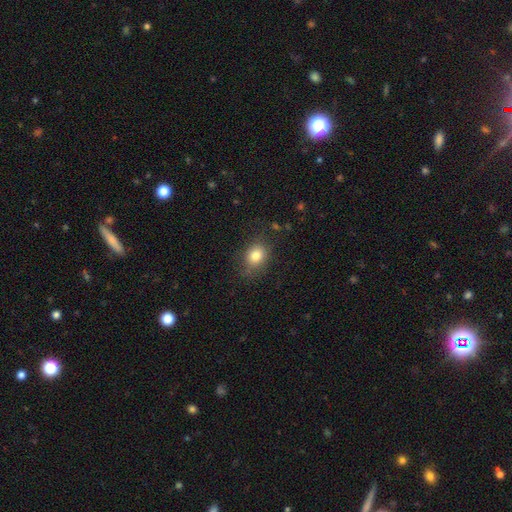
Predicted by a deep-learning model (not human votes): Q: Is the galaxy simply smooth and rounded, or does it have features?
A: smooth — 81%.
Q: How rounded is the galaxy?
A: in between — 54%.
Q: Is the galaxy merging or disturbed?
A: none — 75%.